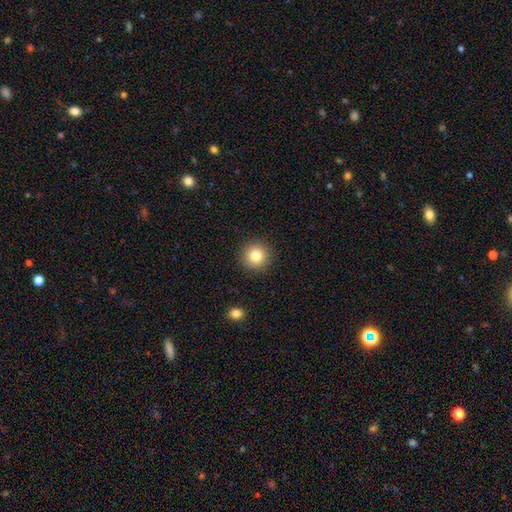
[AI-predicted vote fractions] smooth 82%, star or artifact 11%, featured or disk 7%. Down the decision tree: how rounded — round (95%); merging — none (91%).